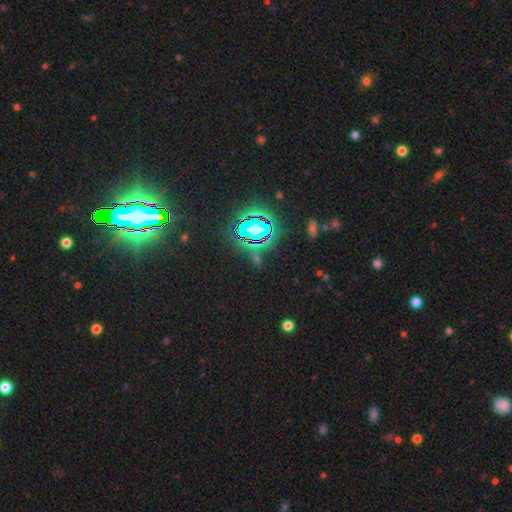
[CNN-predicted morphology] This is likely a star or artifact rather than a galaxy (77%).